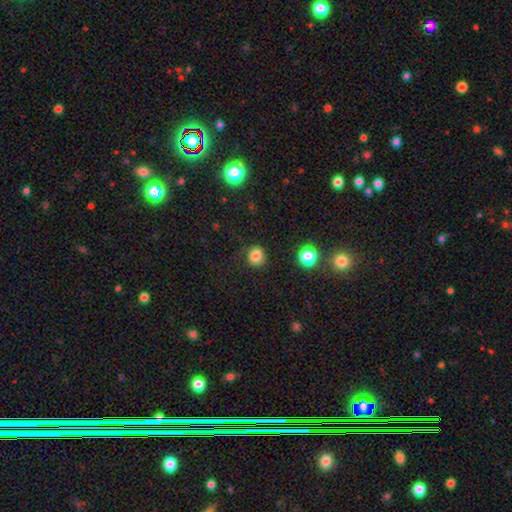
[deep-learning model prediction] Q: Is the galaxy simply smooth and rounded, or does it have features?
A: smooth — 81%.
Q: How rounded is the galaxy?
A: round — 81%.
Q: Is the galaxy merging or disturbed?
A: none — 77%.